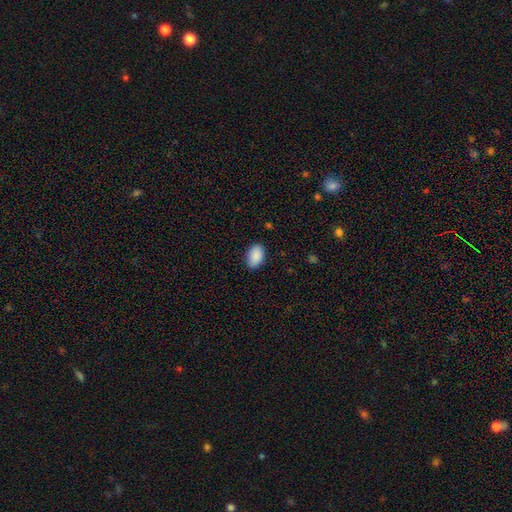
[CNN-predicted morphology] smooth 89%, star or artifact 7%, featured or disk 5%. Down the decision tree: how rounded — in between (92%); merging — none (84%).